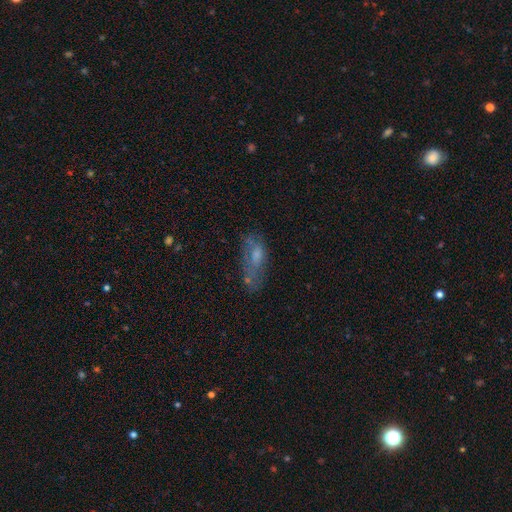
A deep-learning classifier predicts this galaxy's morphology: Q: Smooth or featured?
A: smooth (53%); runner-up: featured or disk (36%)
Q: How rounded?
A: in between (76%); runner-up: cigar-shaped (19%)
Q: Merging?
A: none (42%); runner-up: minor disturbance (26%)